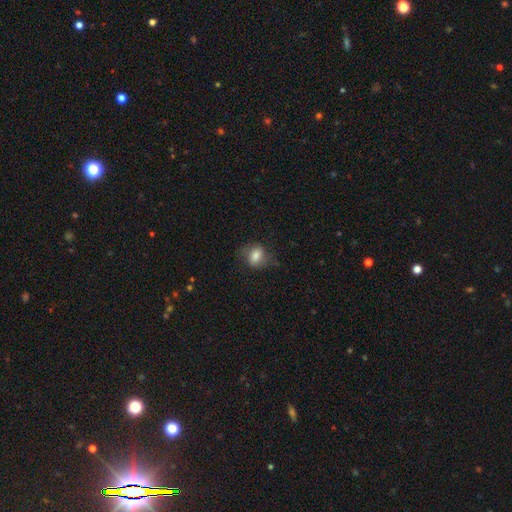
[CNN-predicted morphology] This is likely a smooth galaxy (76%). How rounded: likely in between (64%). Merging: likely none (64%).